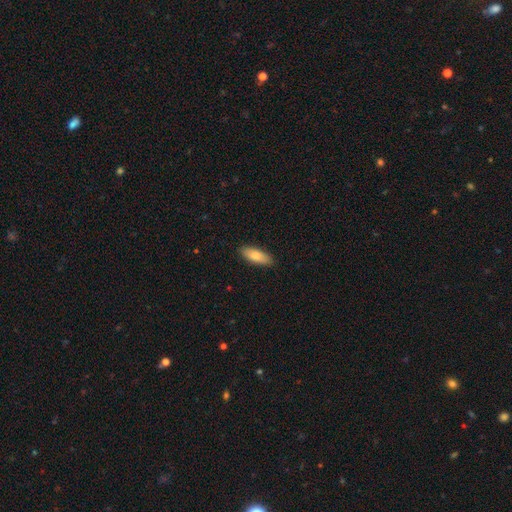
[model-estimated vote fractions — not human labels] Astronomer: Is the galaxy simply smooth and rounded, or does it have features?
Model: smooth — 85%.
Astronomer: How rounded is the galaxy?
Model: in between — 65%.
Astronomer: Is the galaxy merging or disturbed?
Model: none — 88%.